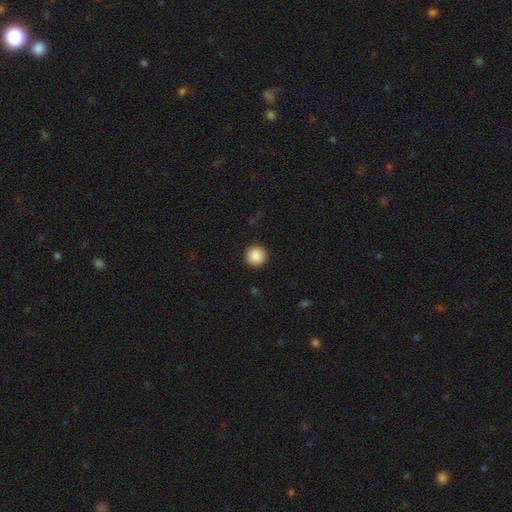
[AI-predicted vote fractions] Overall: smooth (89%). How rounded: round (95%). Merging: none (92%).